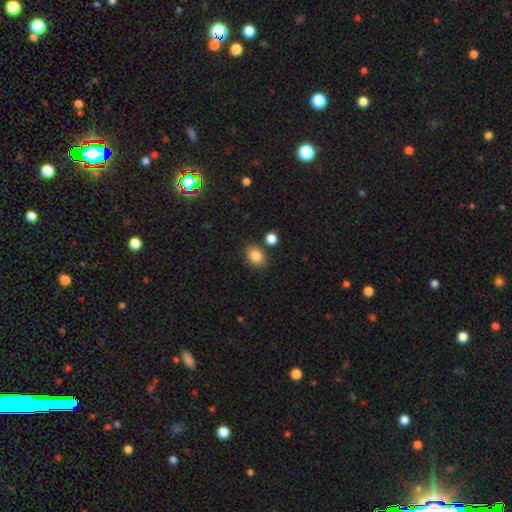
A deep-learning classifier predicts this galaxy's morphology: Overall: smooth (86%). How rounded: in between (68%; round 31%). Merging: none (81%).